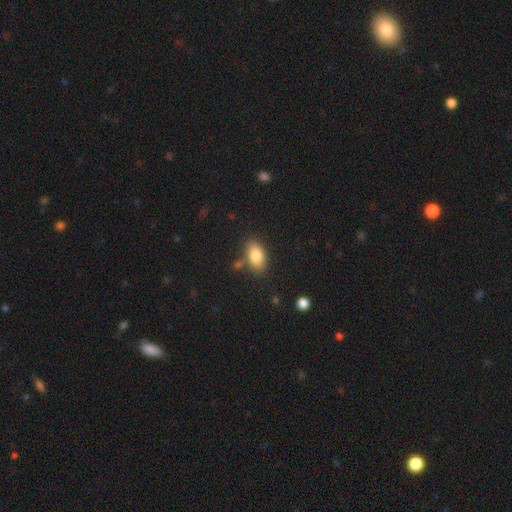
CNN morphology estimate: smooth 82%, featured or disk 10%, star or artifact 8%. Down the decision tree: how rounded — in between (88%); merging — none (76%).